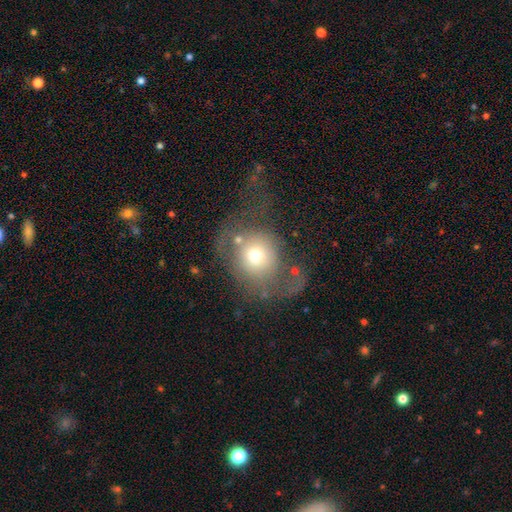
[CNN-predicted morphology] The model was most divided on "merging": major disturbance: 45%, none: 32%, minor disturbance: 17%, merger: 6%. More confident: how rounded — round (74%); smooth or featured — smooth (59%).